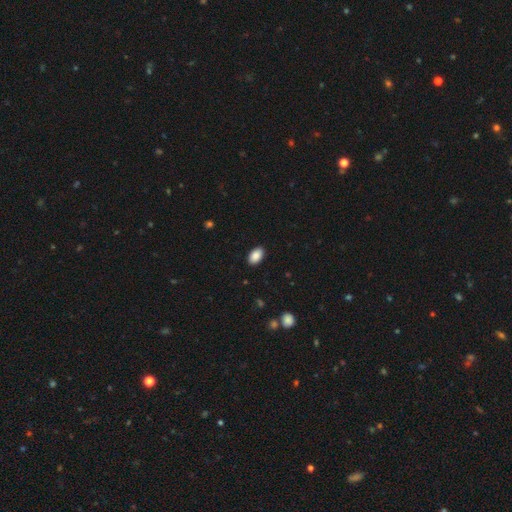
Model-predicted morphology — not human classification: smooth_or_featured: smooth (p=0.89) [alt: star or artifact p=0.07]
how_rounded: in between (p=0.92) [alt: round p=0.07]
merging: none (p=0.89) [alt: minor disturbance p=0.08]